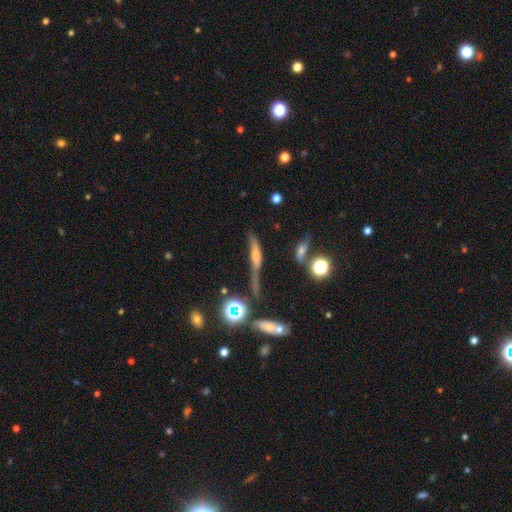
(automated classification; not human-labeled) The model was most divided on "smooth or featured": featured or disk: 45%, smooth: 39%, star or artifact: 15%. Remaining: merging — none (34%).